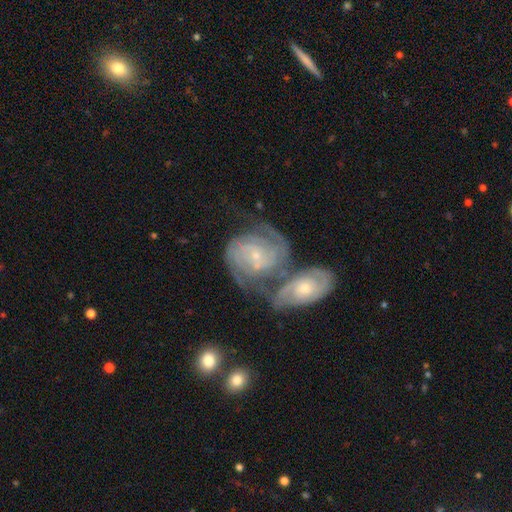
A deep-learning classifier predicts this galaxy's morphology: Overall: featured or disk (87%). Edge-on disk: no (97%). Bar: no (65%; weak 28%). Spiral arms: yes (96%). Spiral arm count: 2 (34%; can't tell 26%). Spiral winding: tight (69%). Bulge size: small (79%). Merging: merger (52%; none 29%).